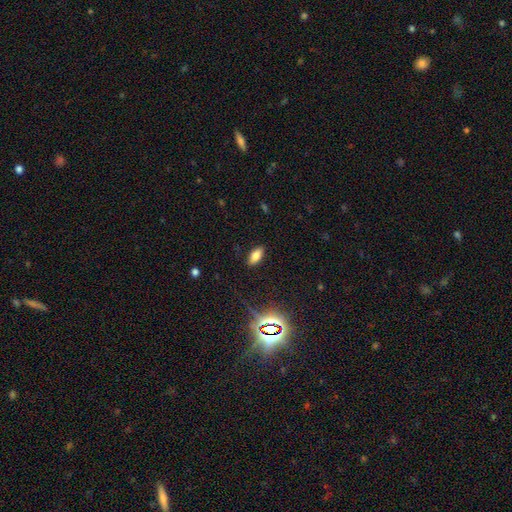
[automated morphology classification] type=smooth (75%); roundness=in between (87%); merging=none (88%).